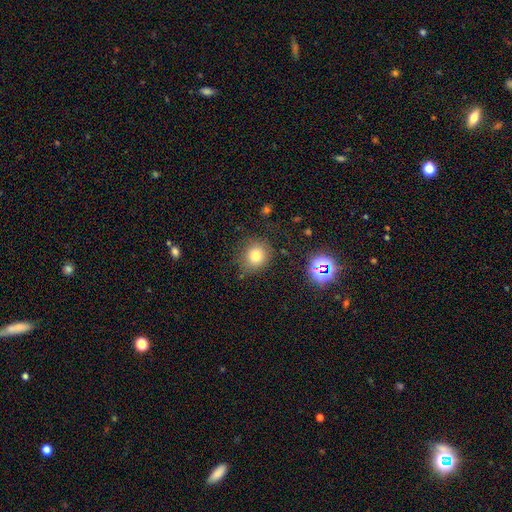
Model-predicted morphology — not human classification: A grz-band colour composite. It shows a smooth galaxy with no disk features (78%) that is round (83%). Merging: none (79%).